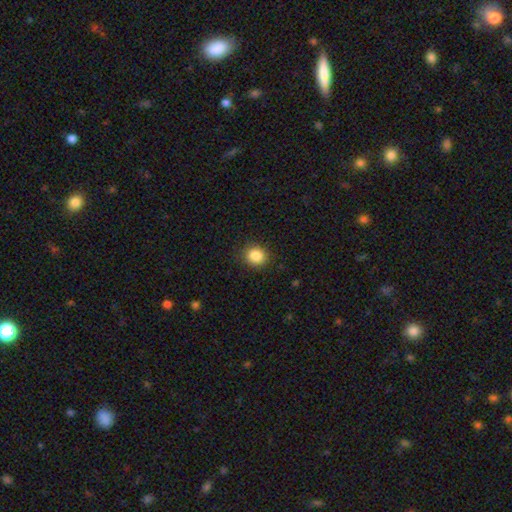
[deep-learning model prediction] The model was most divided on "how rounded": round: 78%, in between: 21%, cigar-shaped: 1%. More confident: merging — none (88%); smooth or featured — smooth (87%).